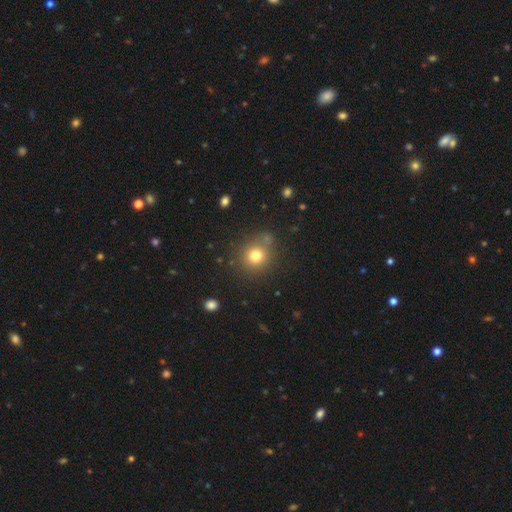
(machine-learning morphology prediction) This appears to be a smooth galaxy with no disk features (76%) that is round (87%). Merging: none (79%).